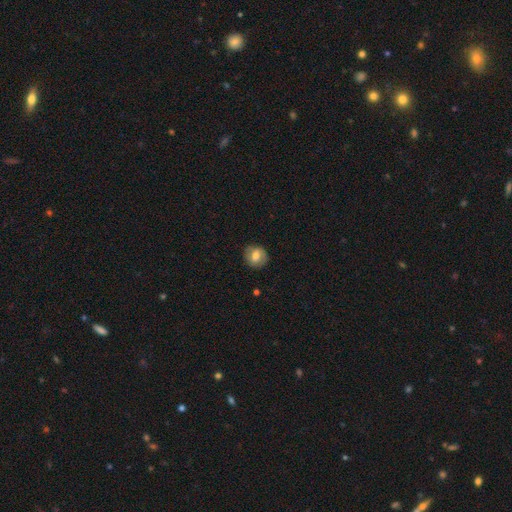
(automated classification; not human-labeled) Smooth or featured? Predicted: smooth (p=0.62). How rounded? Predicted: round (p=0.82). Merging? Predicted: none (p=0.84).